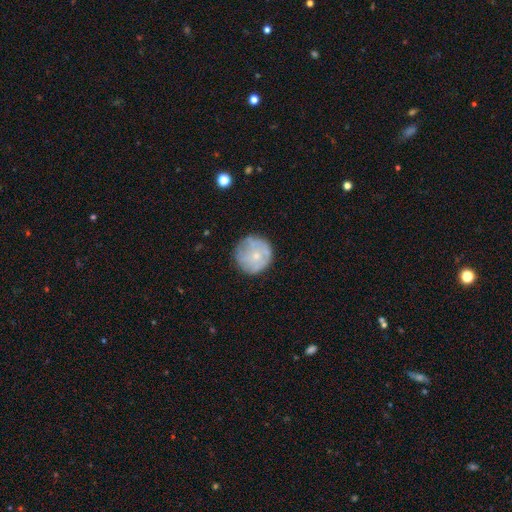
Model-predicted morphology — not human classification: smooth 57%, featured or disk 35%, star or artifact 8%. Down the decision tree: how rounded — round (94%); merging — none (75%).